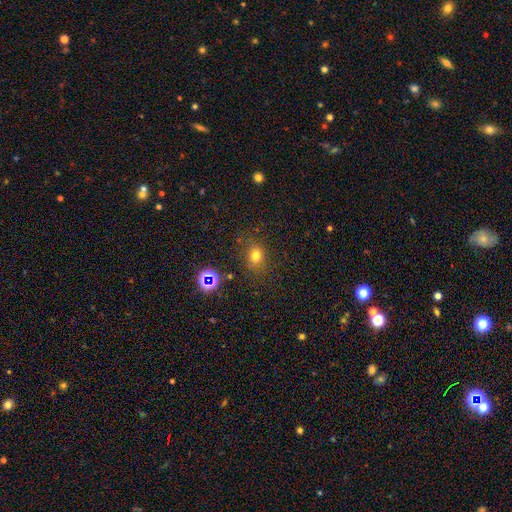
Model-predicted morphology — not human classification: A smooth galaxy with no disk features (70%) that is round (55%).

Vote fractions:
- Smooth or featured? smooth: 70% / star or artifact: 22% / featured or disk: 8%
- How rounded? round: 55% / in between: 44% / cigar-shaped: 1%
- Merging? none: 79% / minor disturbance: 13% / major disturbance: 5% / merger: 3%